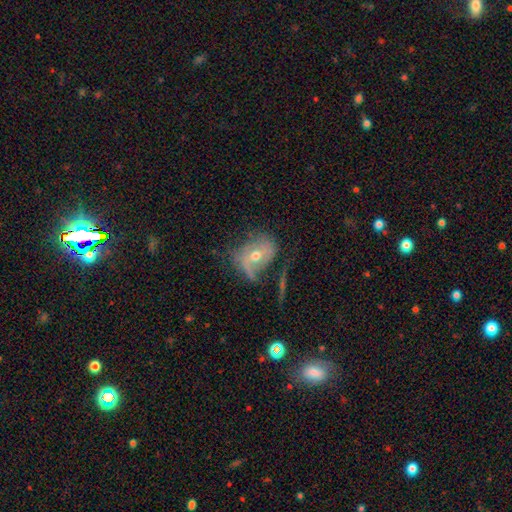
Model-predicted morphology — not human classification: smooth-or-featured: featured or disk: 59% | smooth: 30% | star or artifact: 11%
  disk-edge-on: no: 94% | yes: 6%
    bar: no: 62% | weak: 26% | strong: 12%
    has-spiral-arms: yes: 60% | no: 40%
    bulge-size: moderate: 63% | small: 32% | large: 3% | none: 1% | dominant: 1%
  merging: none: 42% | major disturbance: 27% | minor disturbance: 26% | merger: 5%